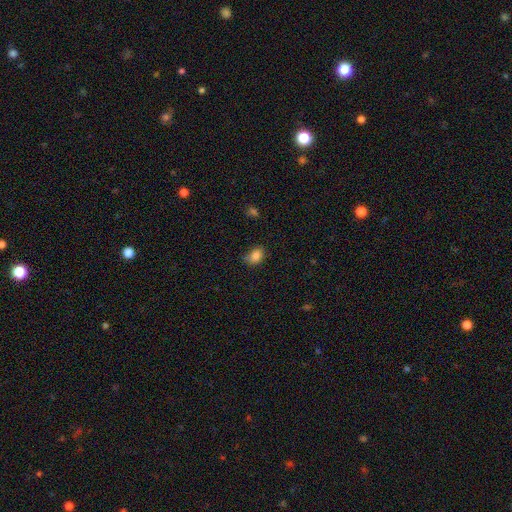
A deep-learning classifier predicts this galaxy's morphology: This is clearly a smooth galaxy (84%). How rounded: likely in between (72%). Merging: likely none (60%).